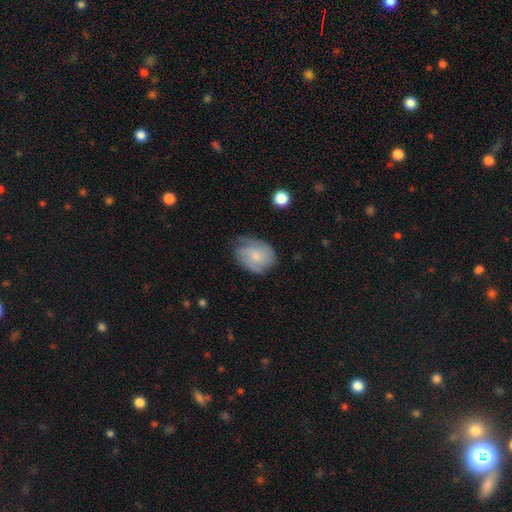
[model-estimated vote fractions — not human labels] smooth-or-featured: smooth: 49% | featured or disk: 44% | star or artifact: 7%
  merging: none: 52% | minor disturbance: 34% | major disturbance: 13% | merger: 2%